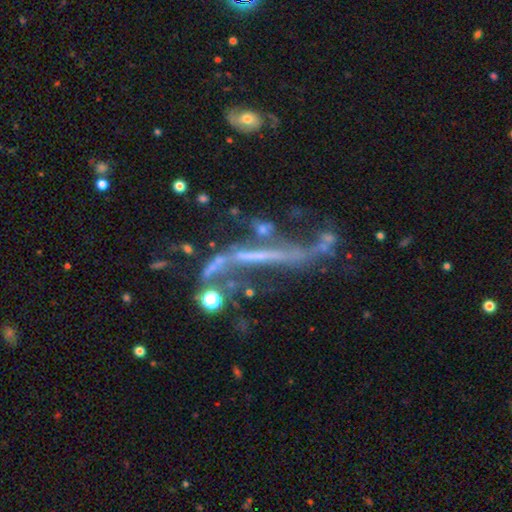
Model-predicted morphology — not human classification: featured or disk 73%, star or artifact 15%, smooth 12%. Down the decision tree: edge-on disk — no (62%); merging — none (33%).